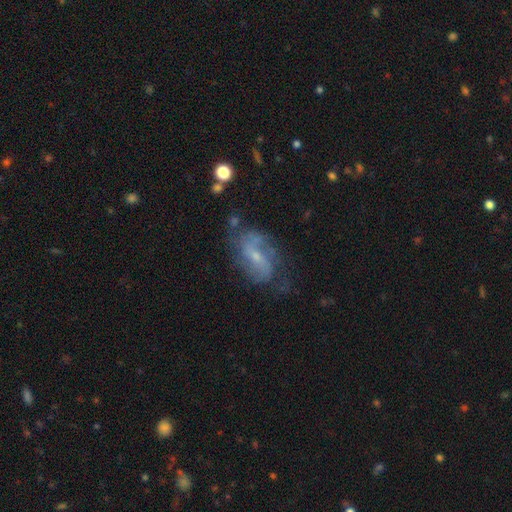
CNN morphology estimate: This is likely a featured or disk galaxy (74%). It is clearly not viewed edge-on (94%). Bar: possibly weak (45%). Spiral arm pattern: clearly yes (86%). Spiral arm count: likely 2 (61%). Spiral winding: marginally medium (42%). Central bulge: likely small (67%). Merging: possibly none (59%).